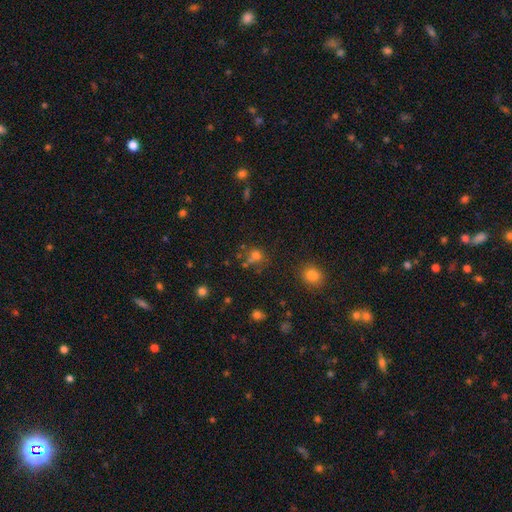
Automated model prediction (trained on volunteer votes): This is likely a smooth galaxy (69%). How rounded: likely round (79%). Merging: possibly none (55%).